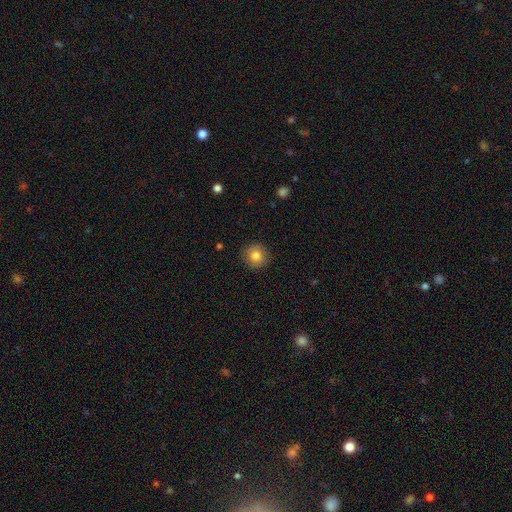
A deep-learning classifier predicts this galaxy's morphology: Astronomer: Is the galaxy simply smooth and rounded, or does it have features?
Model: smooth — 82%.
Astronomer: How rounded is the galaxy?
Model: round — 94%.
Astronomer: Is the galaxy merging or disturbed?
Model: none — 91%.